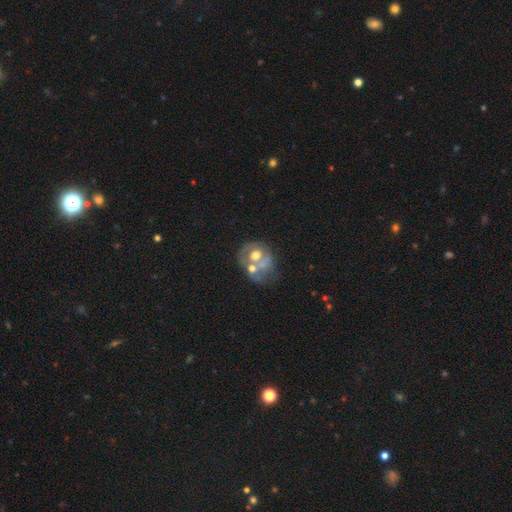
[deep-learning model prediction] Smooth or featured? featured or disk (59%)
Edge-on disk? no (97%)
Bar? no (82%)
Spiral arms? no (68%)
Bulge size? moderate (65%)
Merging? merger (37%)